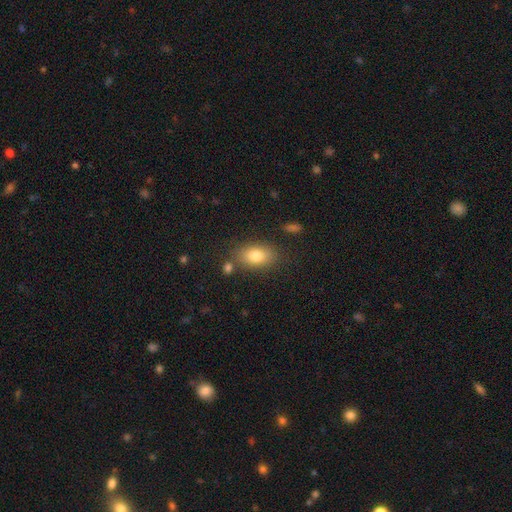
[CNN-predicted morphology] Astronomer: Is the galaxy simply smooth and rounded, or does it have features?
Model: smooth — 80%.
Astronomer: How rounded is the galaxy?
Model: in between — 87%.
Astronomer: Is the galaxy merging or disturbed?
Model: none — 78%.